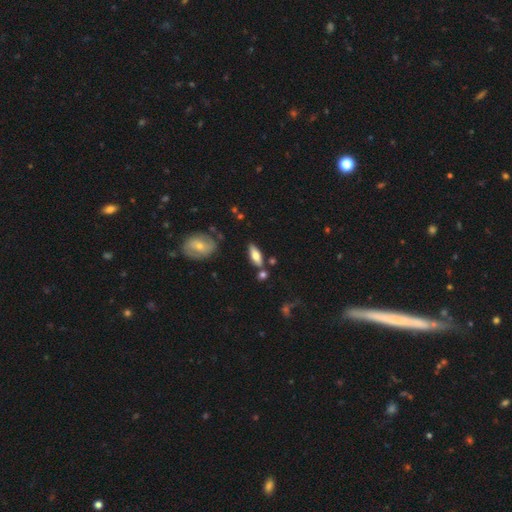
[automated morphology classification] Q: Smooth or featured?
A: smooth (63%); runner-up: featured or disk (30%)
Q: How rounded?
A: in between (66%); runner-up: cigar-shaped (31%)
Q: Merging?
A: none (76%); runner-up: minor disturbance (12%)